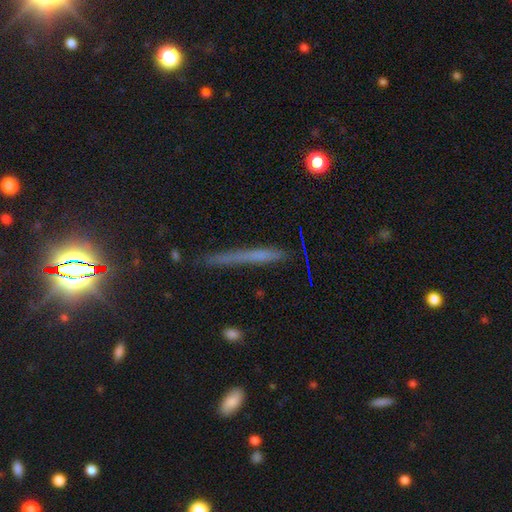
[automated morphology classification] type=smooth (48%); merging=none (75%).